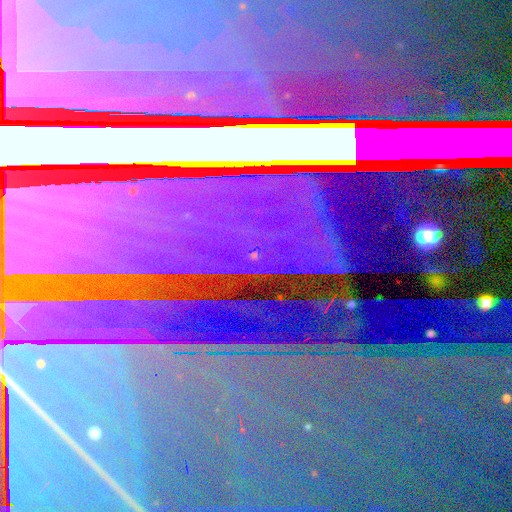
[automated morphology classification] smooth_or_featured: star or artifact (p=0.79) [alt: featured or disk p=0.14]